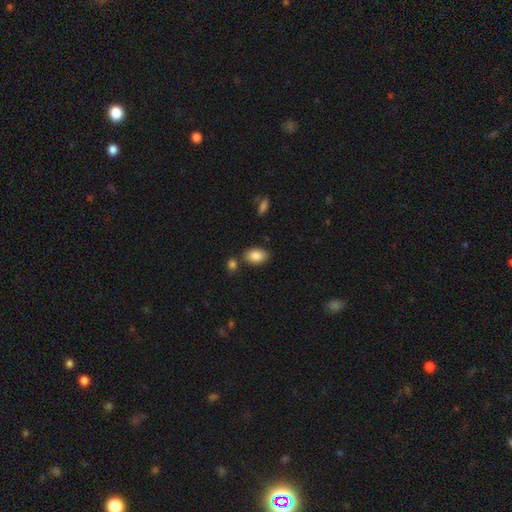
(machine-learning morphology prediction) Smooth or featured: smooth — 87% (star or artifact — 7%)
How rounded: in between — 90% (round — 9%)
Merging: none — 78% (minor disturbance — 11%)